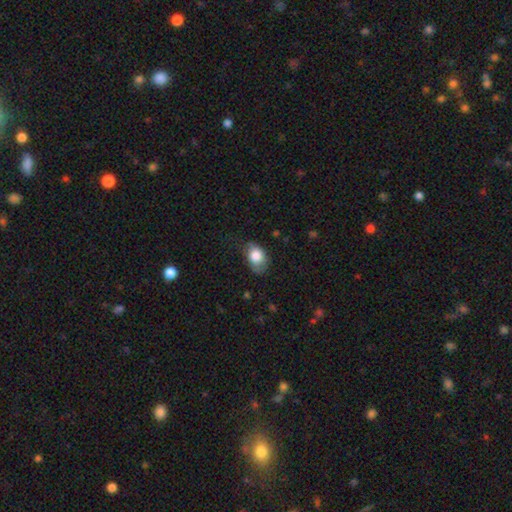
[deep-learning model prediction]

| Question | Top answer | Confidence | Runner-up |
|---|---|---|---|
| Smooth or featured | smooth | 81% | featured or disk (11%) |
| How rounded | in between | 71% | round (27%) |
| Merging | none | 55% | minor disturbance (32%) |